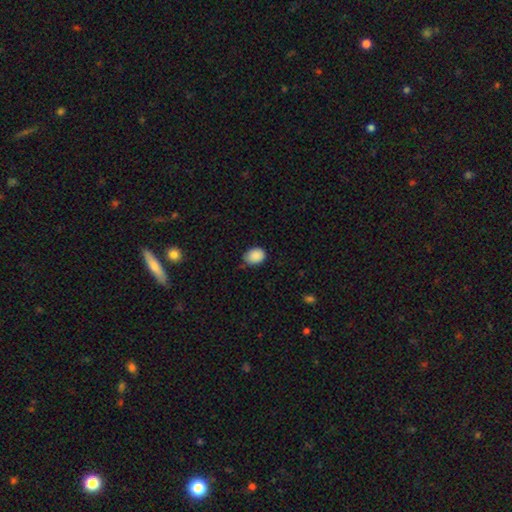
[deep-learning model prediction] This appears to be a smooth galaxy with no disk features (88%) that is in between round and cigar-shaped (63%). Merging: none (69%).